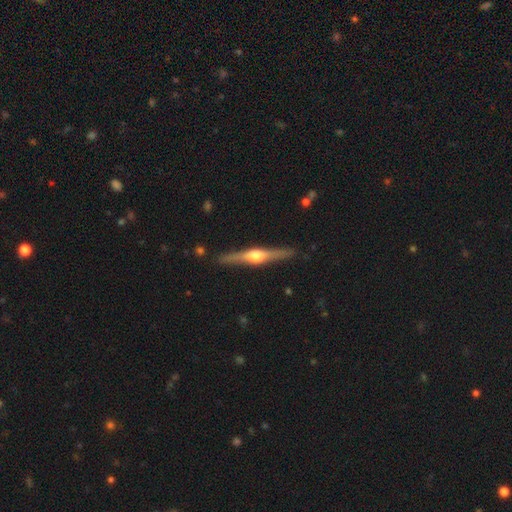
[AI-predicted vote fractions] smooth-or-featured: featured or disk: 79% | smooth: 16% | star or artifact: 5%
  disk-edge-on: yes: 98% | no: 2%
    edge-on-bulge: rounded: 93% | boxy: 5% | none: 2%
  merging: none: 91% | minor disturbance: 7% | major disturbance: 1% | merger: 1%